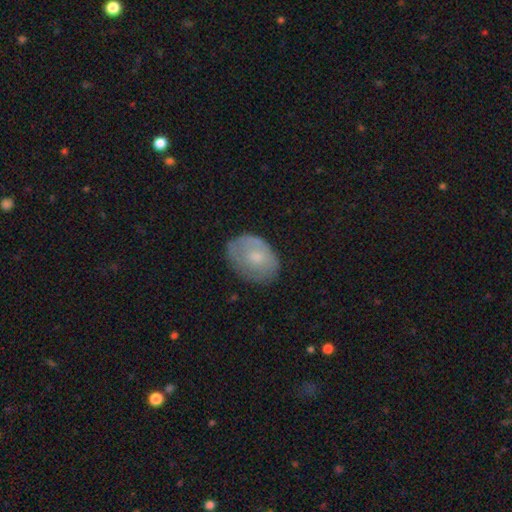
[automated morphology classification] Smooth or featured? Predicted: smooth (p=0.62). How rounded? Predicted: in between (p=0.72). Merging? Predicted: none (p=0.65).